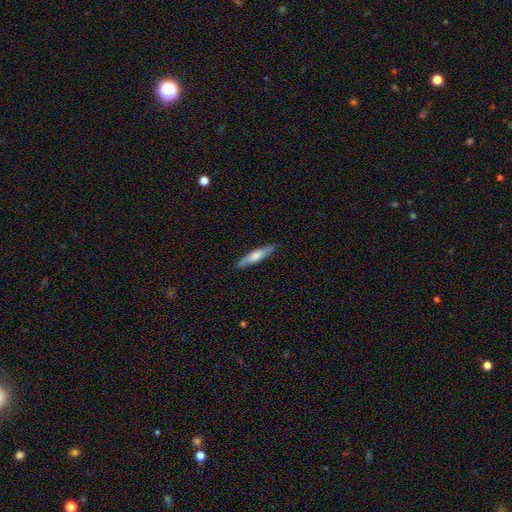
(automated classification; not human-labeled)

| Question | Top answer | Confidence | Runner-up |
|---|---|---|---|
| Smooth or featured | smooth | 62% | featured or disk (33%) |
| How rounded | cigar-shaped | 85% | in between (13%) |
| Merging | none | 88% | minor disturbance (9%) |